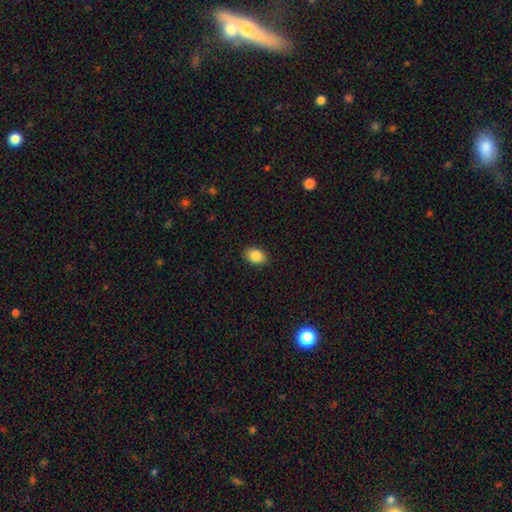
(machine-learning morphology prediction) Q: Smooth or featured?
A: smooth (87%); runner-up: star or artifact (8%)
Q: How rounded?
A: in between (77%); runner-up: round (22%)
Q: Merging?
A: none (87%); runner-up: minor disturbance (10%)